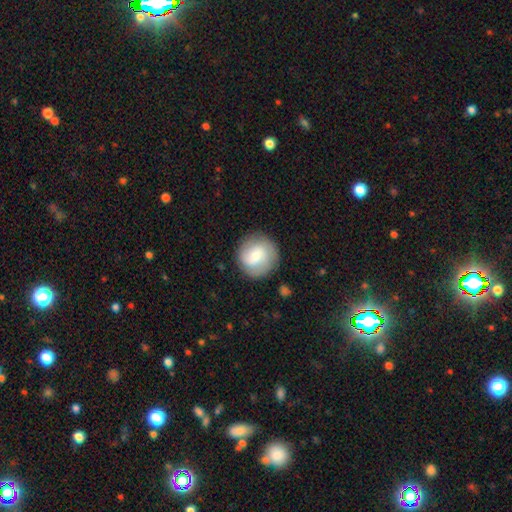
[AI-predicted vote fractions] Smooth or featured: smooth — 56% (featured or disk — 37%)
How rounded: round — 91% (in between — 8%)
Merging: none — 82% (minor disturbance — 12%)